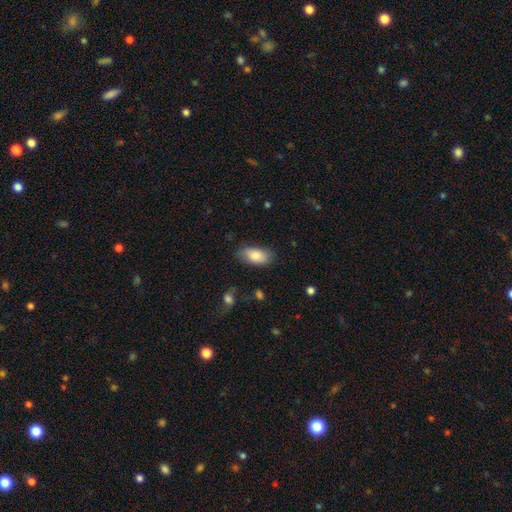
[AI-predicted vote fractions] A smooth galaxy with no disk features (83%) that is in between round and cigar-shaped (93%). Merging: none (75%).